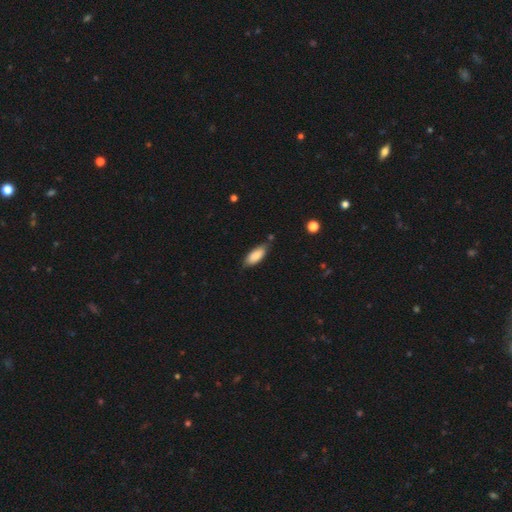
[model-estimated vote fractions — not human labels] Smooth or featured? smooth (86%)
How rounded? in between (81%)
Merging? none (70%)